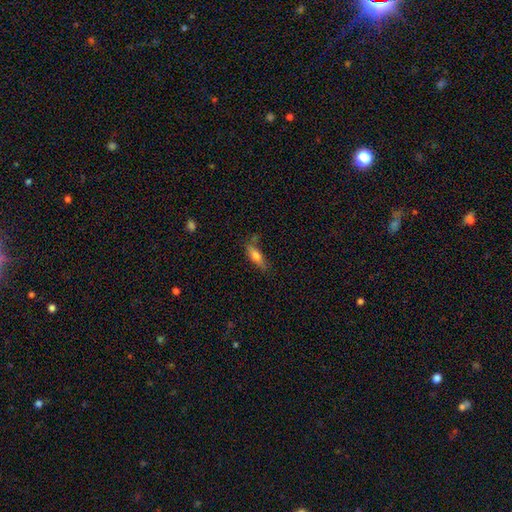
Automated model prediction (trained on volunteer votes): Smooth or featured? smooth (66%)
How rounded? in between (52%)
Merging? none (65%)